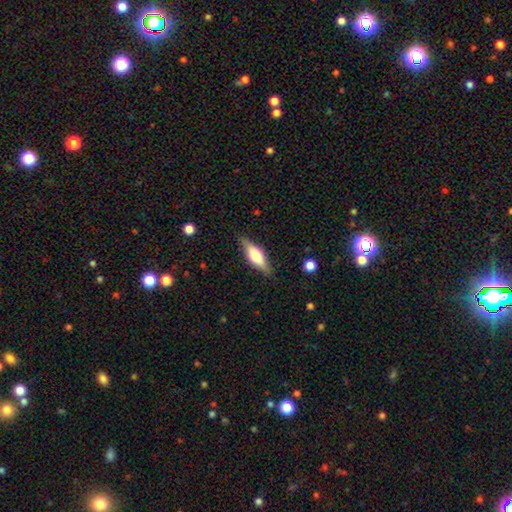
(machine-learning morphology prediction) type=smooth (48%); merging=none (85%).